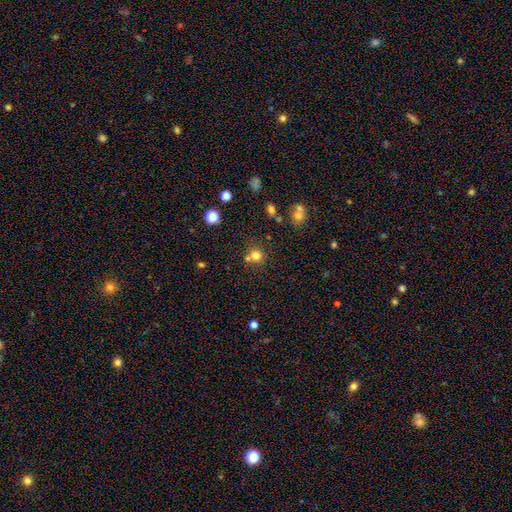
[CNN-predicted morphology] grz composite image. It shows a smooth galaxy with no disk features (74%) that is round (90%). Merging: none (66%).